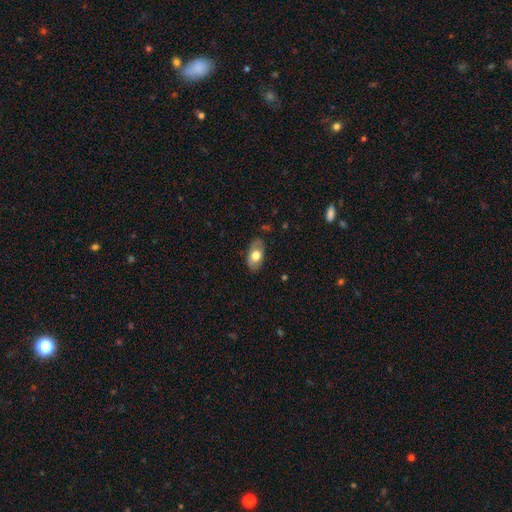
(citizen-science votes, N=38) smooth_or_featured: smooth (p=0.50) [alt: featured or disk p=0.47]
how_rounded: in between (p=0.84) [alt: round p=0.16]
merging: none (p=0.81) [alt: minor disturbance p=0.19]